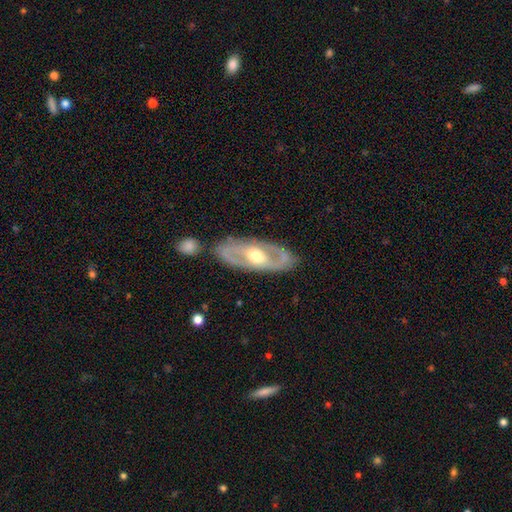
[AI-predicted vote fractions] Q: Smooth or featured?
A: featured or disk (76%); runner-up: smooth (19%)
Q: Edge-on disk?
A: no (86%); runner-up: yes (14%)
Q: Bar?
A: no (53%); runner-up: weak (31%)
Q: Spiral arms?
A: yes (59%); runner-up: no (41%)
Q: Bulge size?
A: moderate (75%); runner-up: small (13%)
Q: Merging?
A: none (82%); runner-up: minor disturbance (11%)